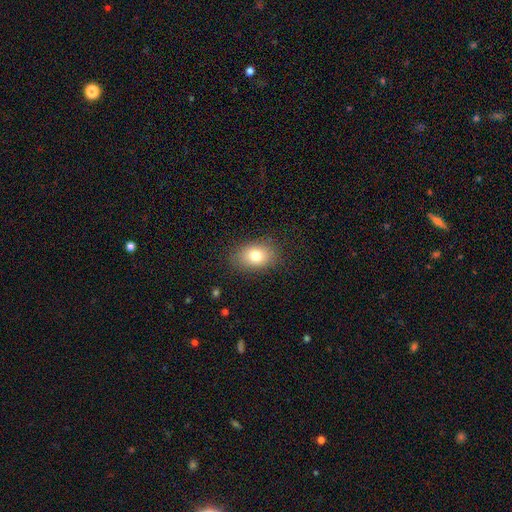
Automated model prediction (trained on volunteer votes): Smooth or featured? Predicted: smooth (p=0.79). How rounded? Predicted: in between (p=0.78). Merging? Predicted: none (p=0.85).